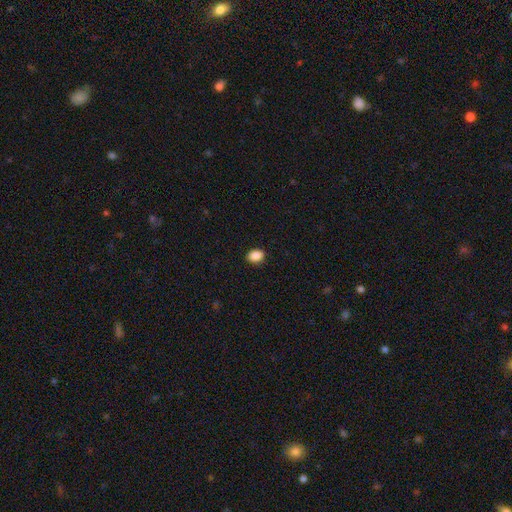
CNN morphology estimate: type=smooth (89%); roundness=in between (69%); merging=none (90%).